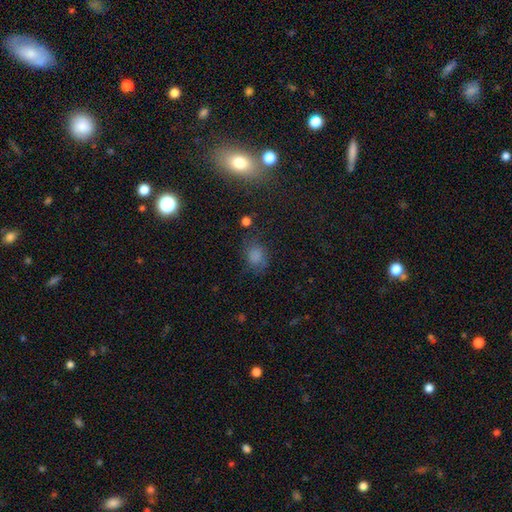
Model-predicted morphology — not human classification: This is likely a smooth galaxy (72%). How rounded: possibly in between (50%). Merging: likely none (62%).